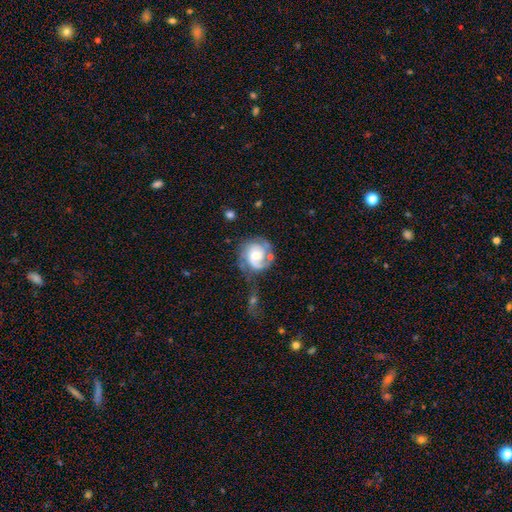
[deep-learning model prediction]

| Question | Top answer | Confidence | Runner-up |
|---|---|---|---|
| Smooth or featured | featured or disk | 79% | smooth (15%) |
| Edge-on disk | no | 98% | yes (2%) |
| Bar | no | 61% | weak (32%) |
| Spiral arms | yes | 94% | no (6%) |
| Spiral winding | tight | 45% | medium (40%) |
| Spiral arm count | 2 | 55% | 1 (18%) |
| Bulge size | moderate | 56% | small (28%) |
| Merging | none | 51% | minor disturbance (21%) |